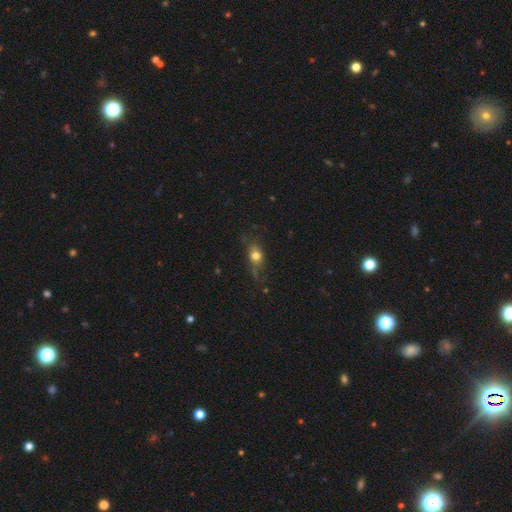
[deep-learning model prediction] Smooth or featured? smooth (66%)
How rounded? in between (59%)
Merging? none (51%)